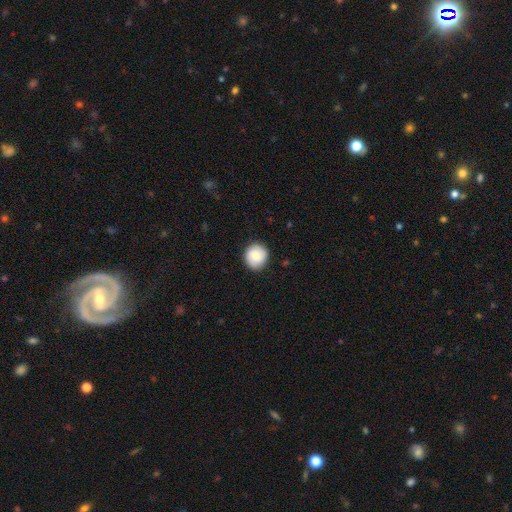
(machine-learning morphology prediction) Overall: smooth (79%). How rounded: round (92%). Merging: none (87%).